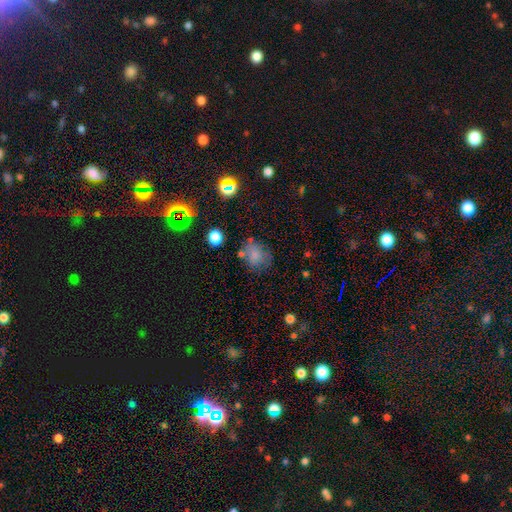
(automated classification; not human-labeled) Smooth or featured? smooth (73%)
How rounded? round (54%)
Merging? none (56%)